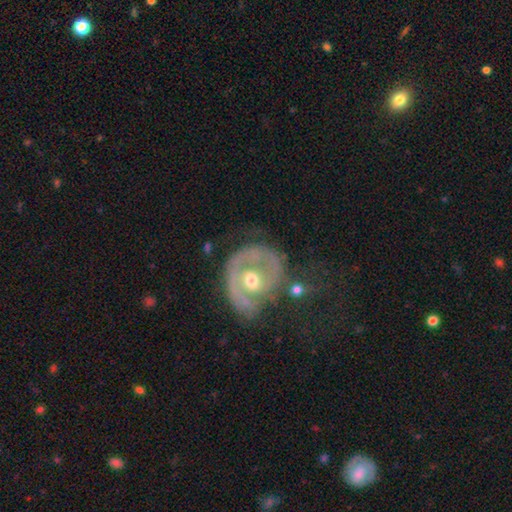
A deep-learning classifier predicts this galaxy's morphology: Smooth or featured: featured or disk — 76% (smooth — 17%)
Edge-on disk: no — 96% (yes — 4%)
Bar: no — 62% (weak — 25%)
Spiral arms: yes — 60% (no — 40%)
Bulge size: moderate — 75% (small — 17%)
Merging: none — 43% (major disturbance — 25%)